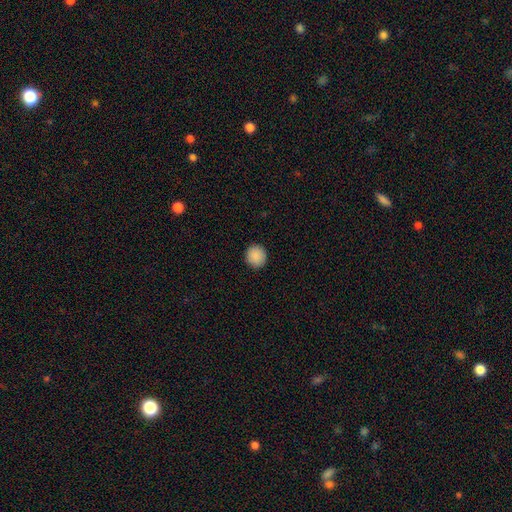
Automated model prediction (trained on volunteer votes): Smooth or featured? Predicted: smooth (p=0.90). How rounded? Predicted: round (p=0.92). Merging? Predicted: none (p=0.92).